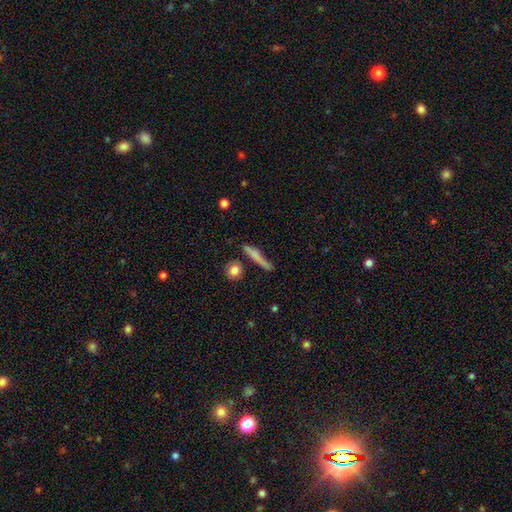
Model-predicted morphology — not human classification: This appears to be a smooth galaxy with no disk features (62%) that is cigar-shaped (86%). Merging: none (60%).